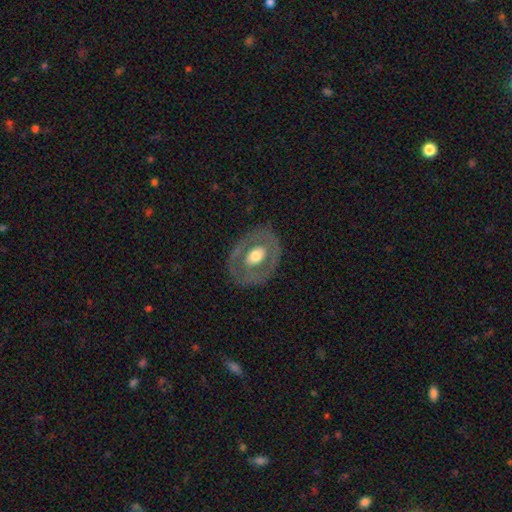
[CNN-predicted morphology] featured or disk 56%, smooth 38%, star or artifact 5%. Down the decision tree: edge-on disk — no (93%); bar — no (75%); spiral arms — no (85%); bulge size — moderate (55%); merging — none (77%).